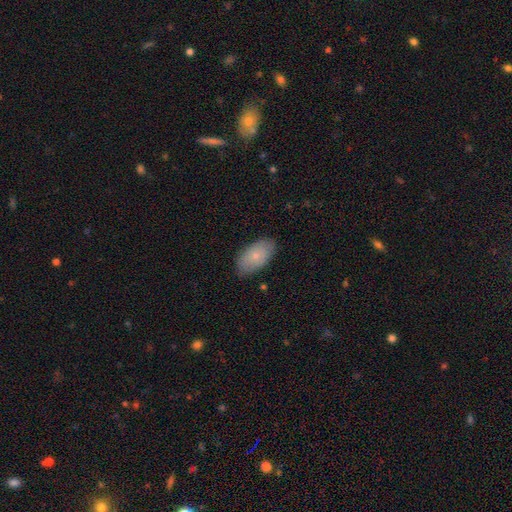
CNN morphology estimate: Smooth or featured?
  - smooth: 76% *
  - featured or disk: 18%
  - star or artifact: 6%
How rounded?
  - in between: 94% *
  - round: 4%
  - cigar-shaped: 2%
Merging?
  - none: 83% *
  - minor disturbance: 14%
  - major disturbance: 3%
  - merger: 1%